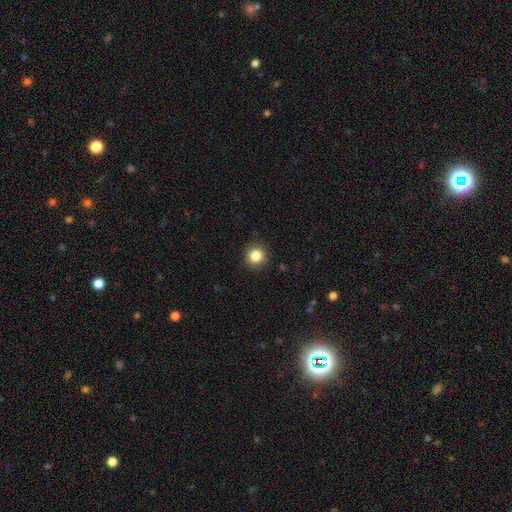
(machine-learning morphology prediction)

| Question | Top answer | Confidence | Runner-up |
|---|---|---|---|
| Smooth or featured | smooth | 85% | star or artifact (11%) |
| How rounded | round | 93% | in between (6%) |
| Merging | none | 90% | minor disturbance (7%) |